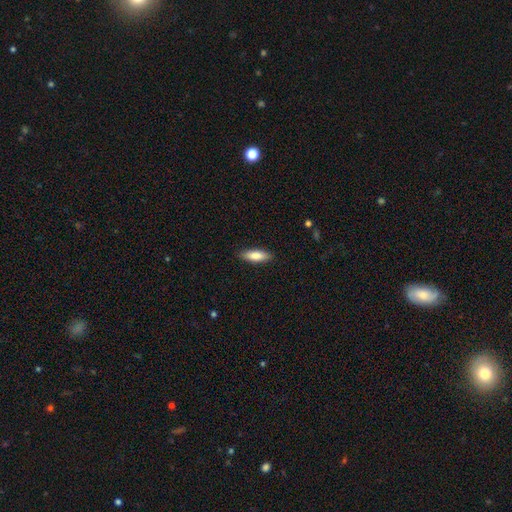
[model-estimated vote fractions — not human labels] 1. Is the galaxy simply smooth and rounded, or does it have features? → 83% smooth, 12% featured or disk, 6% star or artifact.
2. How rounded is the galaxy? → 55% in between, 43% cigar-shaped, 2% round.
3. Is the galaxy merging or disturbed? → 88% none, 9% minor disturbance, 2% major disturbance, 1% merger.